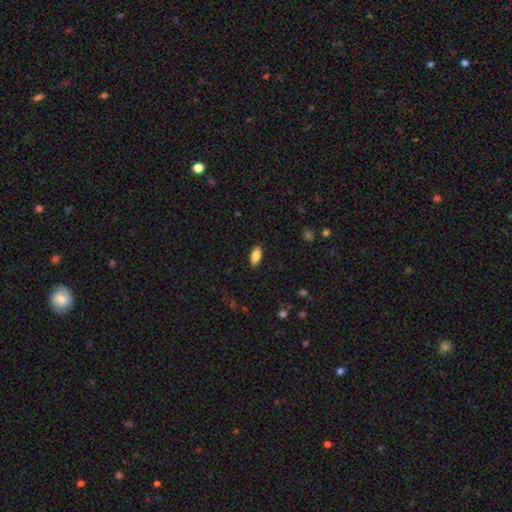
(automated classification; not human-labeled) Smooth or featured? Predicted: smooth (p=0.85). How rounded? Predicted: in between (p=0.90). Merging? Predicted: none (p=0.88).